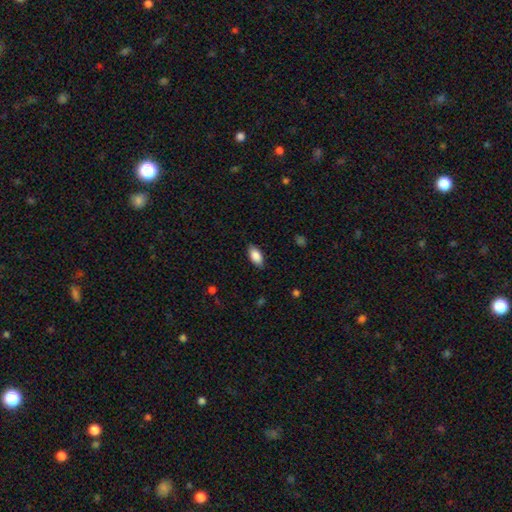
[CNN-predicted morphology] Smooth or featured? smooth (87%)
How rounded? in between (91%)
Merging? none (84%)